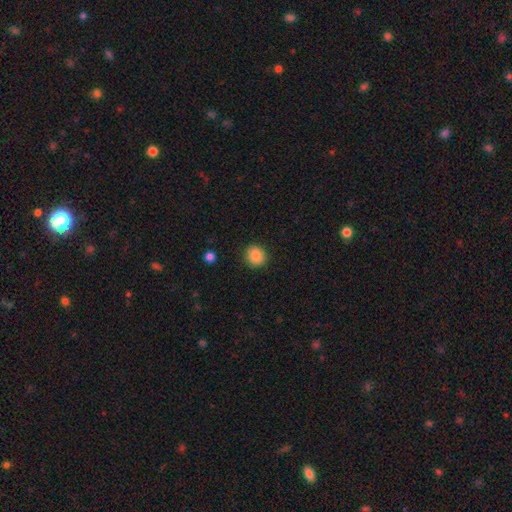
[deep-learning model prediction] Morphology: type=smooth (87%); roundness=round (85%); merging=none (90%).